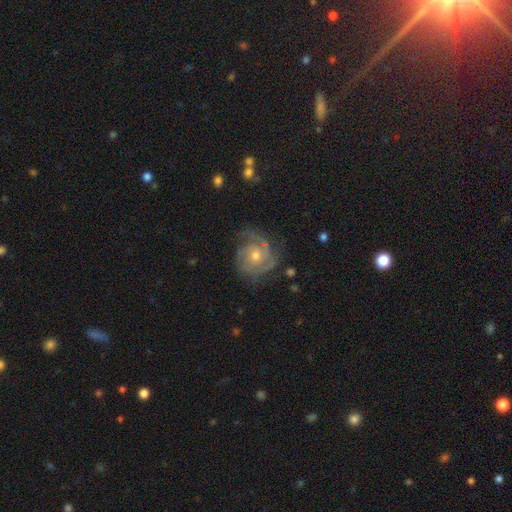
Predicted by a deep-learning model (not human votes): A featured or disk galaxy (82%) with no bar (78%), 2 (34%) tight (61%) spiral arms (94%) and a moderate central bulge (58%). Merging: none (67%).